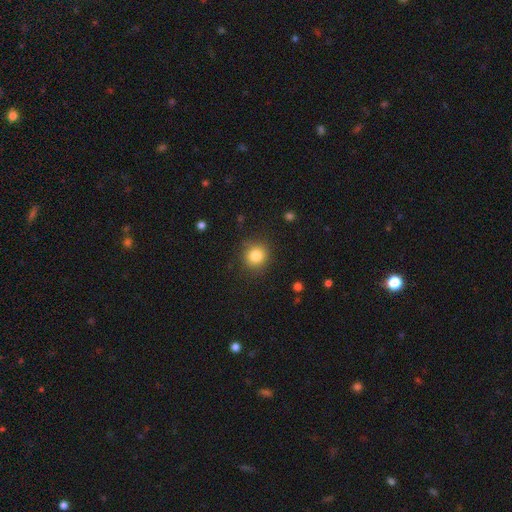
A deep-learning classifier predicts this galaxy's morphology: The model was most divided on "smooth or featured": smooth: 83%, star or artifact: 11%, featured or disk: 6%. More confident: how rounded — round (88%); merging — none (86%).